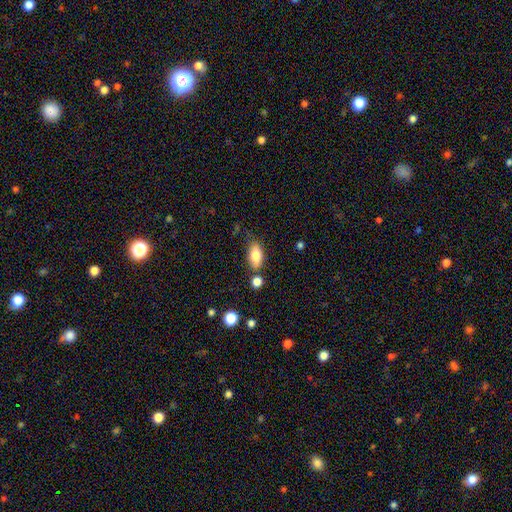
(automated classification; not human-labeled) Overall: smooth (80%). How rounded: in between (87%). Merging: none (70%).